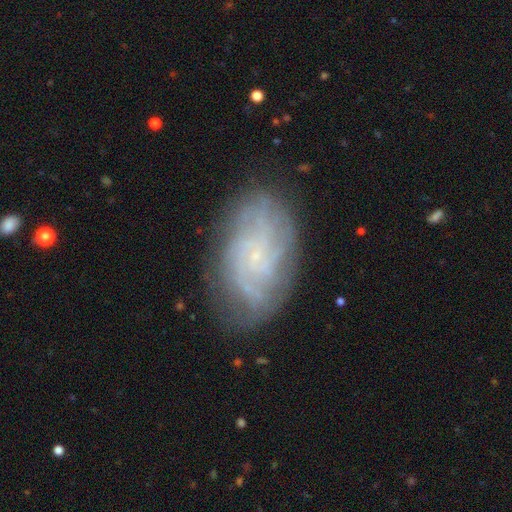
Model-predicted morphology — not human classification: A featured or disk galaxy (76%) with no bar (75%), tight (55%) spiral arms (91%) and a small central bulge (83%). Merging: none (76%).